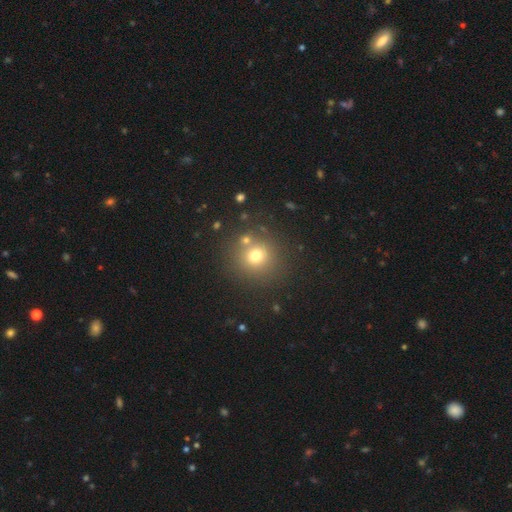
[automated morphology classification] smooth_or_featured: smooth (p=0.72) [alt: star or artifact p=0.17]
how_rounded: round (p=0.89) [alt: in between p=0.10]
merging: none (p=0.77) [alt: merger p=0.10]